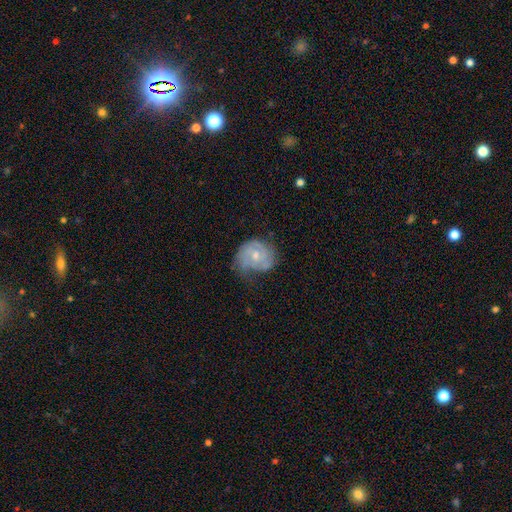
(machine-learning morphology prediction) Smooth or featured: featured or disk — 68% (smooth — 25%)
Edge-on disk: no — 98% (yes — 2%)
Bar: no — 68% (weak — 28%)
Spiral arms: yes — 87% (no — 13%)
Spiral winding: tight — 55% (medium — 33%)
Spiral arm count: 2 — 41% (can't tell — 29%)
Bulge size: moderate — 48% (small — 46%)
Merging: none — 50% (minor disturbance — 31%)